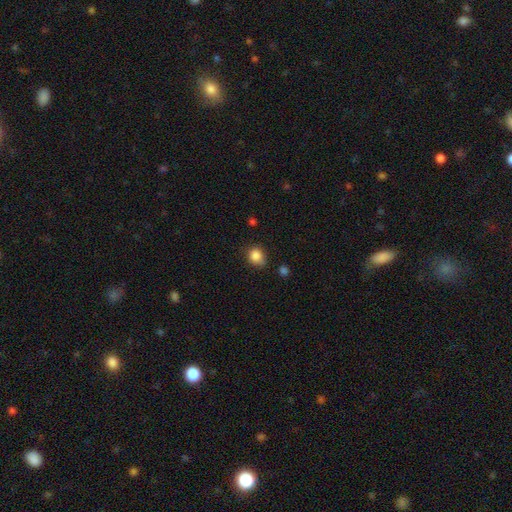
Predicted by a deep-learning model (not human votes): Smooth or featured: smooth — 85% (star or artifact — 10%)
How rounded: round — 74% (in between — 25%)
Merging: none — 65% (minor disturbance — 26%)